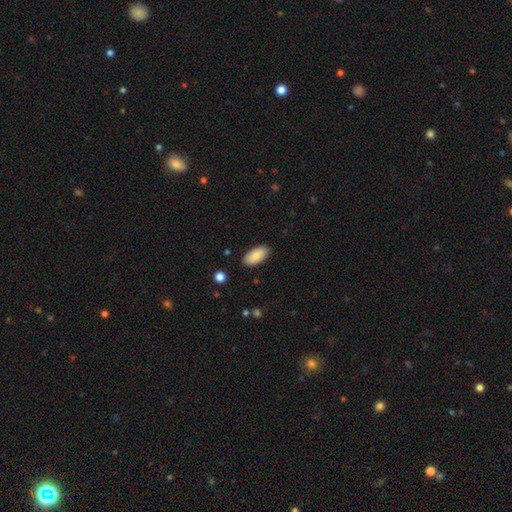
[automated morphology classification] Overall: smooth (88%). How rounded: in between (93%). Merging: none (88%).